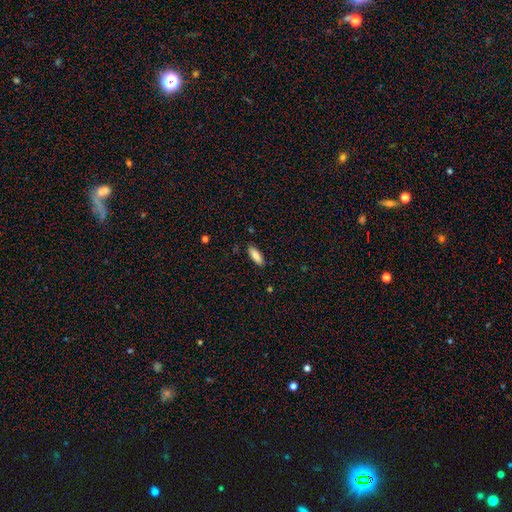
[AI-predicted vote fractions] smooth 86%, featured or disk 7%, star or artifact 7%. Down the decision tree: how rounded — in between (63%); merging — none (86%).